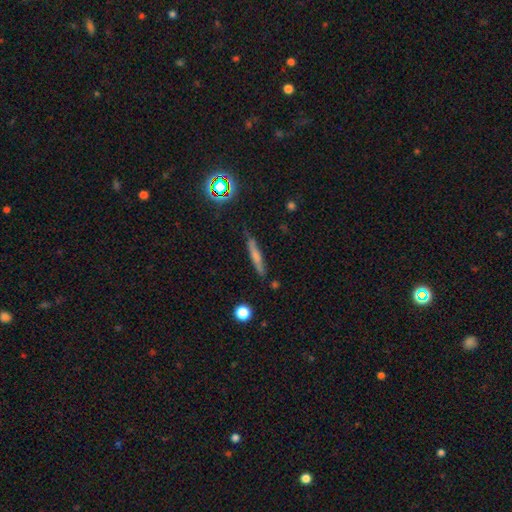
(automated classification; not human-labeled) Q: Smooth or featured?
A: smooth (57%); runner-up: featured or disk (31%)
Q: How rounded?
A: cigar-shaped (90%); runner-up: in between (7%)
Q: Merging?
A: none (82%); runner-up: minor disturbance (13%)